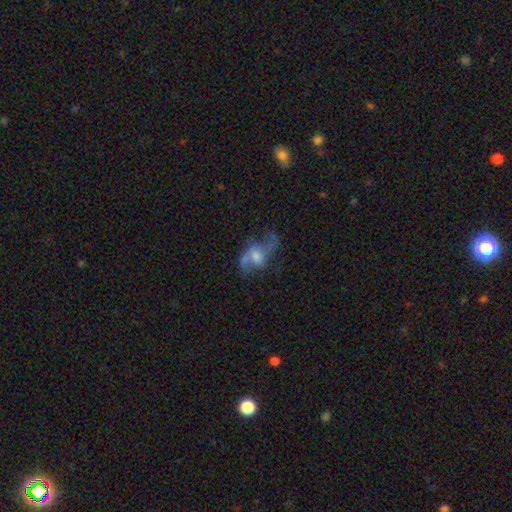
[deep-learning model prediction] Overall: featured or disk (77%). Edge-on disk: no (96%). Bar: no (49%; weak 41%). Spiral arms: yes (90%). Spiral arm count: 2 (85%). Spiral winding: loose (68%). Bulge size: moderate (44%; small 33%). Merging: none (57%; major disturbance 21%).